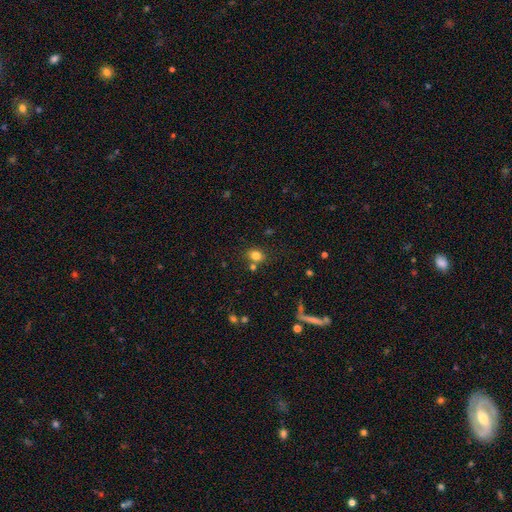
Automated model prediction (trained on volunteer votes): The model was most divided on "how rounded": round: 58%, in between: 41%, cigar-shaped: 1%. More confident: smooth or featured — smooth (80%); merging — none (69%).